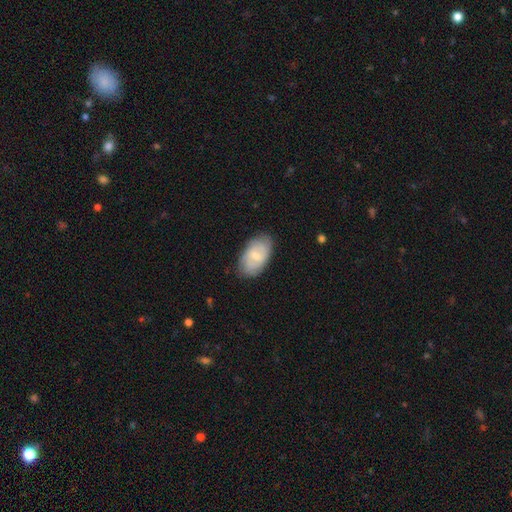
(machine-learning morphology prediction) Smooth or featured?
  - featured or disk: 52% *
  - smooth: 41%
  - star or artifact: 6%
Edge-on disk?
  - no: 95% *
  - yes: 5%
Merging?
  - none: 77% *
  - minor disturbance: 18%
  - major disturbance: 4%
  - merger: 1%